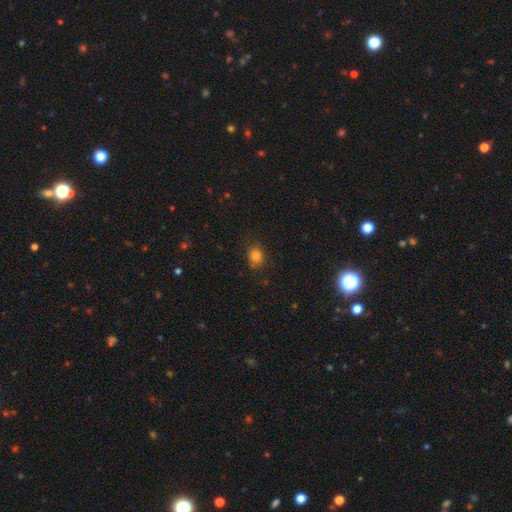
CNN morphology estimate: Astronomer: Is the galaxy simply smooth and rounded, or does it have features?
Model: smooth — 81%.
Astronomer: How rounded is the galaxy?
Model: round — 59% (runner-up: in between, 40%).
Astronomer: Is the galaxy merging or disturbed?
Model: none — 78%.